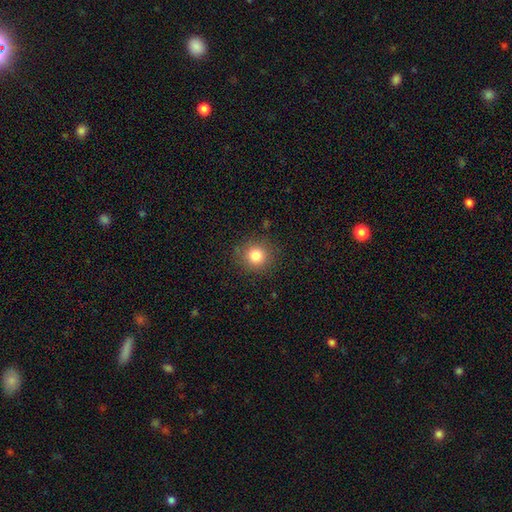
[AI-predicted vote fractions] The model was most divided on "smooth or featured": smooth: 82%, star or artifact: 12%, featured or disk: 6%. More confident: how rounded — round (91%); merging — none (87%).